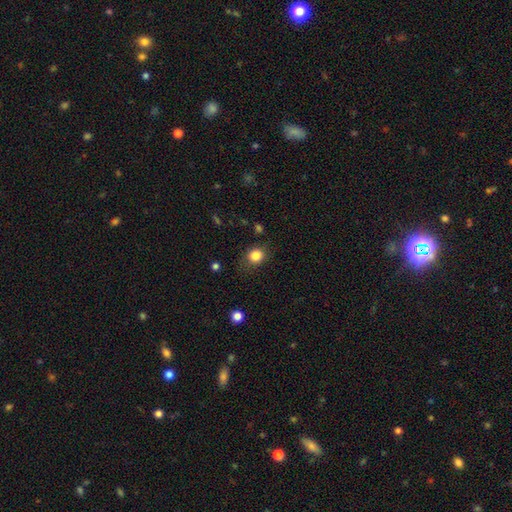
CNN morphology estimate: A smooth galaxy with no disk features (84%) that is round (70%). Merging: none (75%).